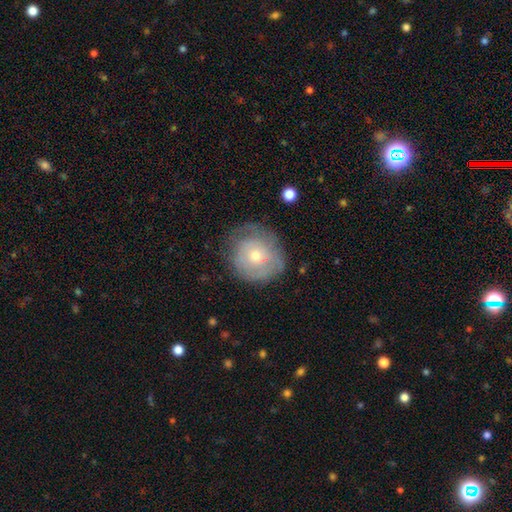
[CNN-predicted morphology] Smooth or featured: featured or disk — 57% (smooth — 36%)
Edge-on disk: no — 97% (yes — 3%)
Bar: no — 79% (weak — 18%)
Spiral arms: yes — 75% (no — 25%)
Bulge size: moderate — 53% (small — 41%)
Merging: none — 70% (minor disturbance — 21%)